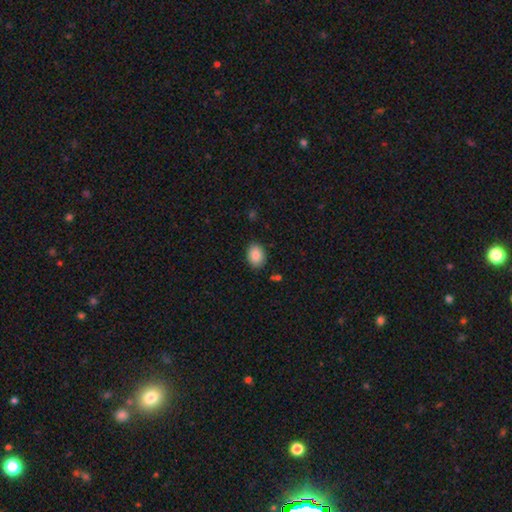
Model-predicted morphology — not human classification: Q: Smooth or featured?
A: smooth (87%); runner-up: star or artifact (8%)
Q: How rounded?
A: in between (69%); runner-up: round (30%)
Q: Merging?
A: none (86%); runner-up: minor disturbance (10%)